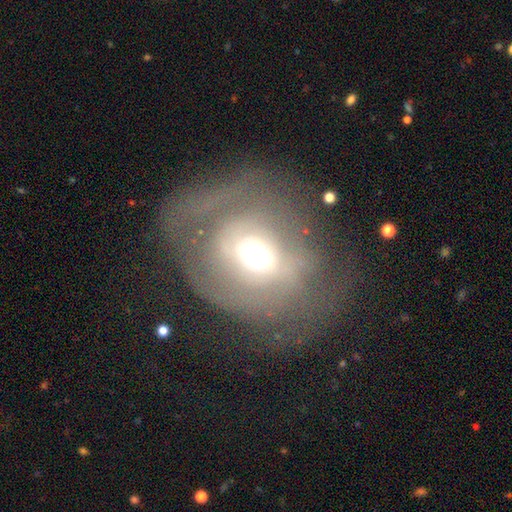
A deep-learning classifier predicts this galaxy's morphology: smooth_or_featured: featured or disk (p=0.51) [alt: smooth p=0.34]
disk_edge_on: no (p=0.93) [alt: yes p=0.07]
merging: none (p=0.40) [alt: major disturbance p=0.38]